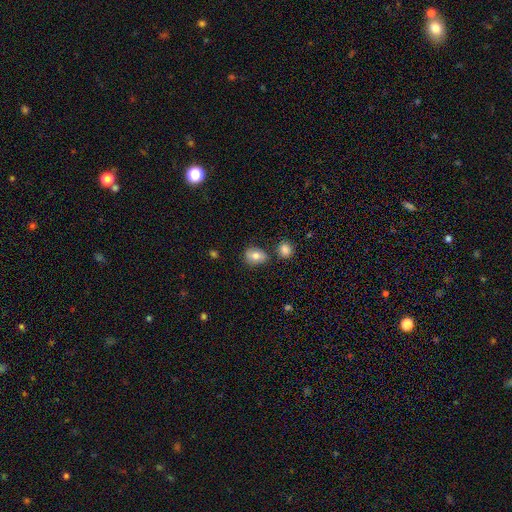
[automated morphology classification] smooth_or_featured: smooth (p=0.78) [alt: featured or disk p=0.12]
how_rounded: in between (p=0.64) [alt: round p=0.34]
merging: none (p=0.73) [alt: minor disturbance p=0.16]